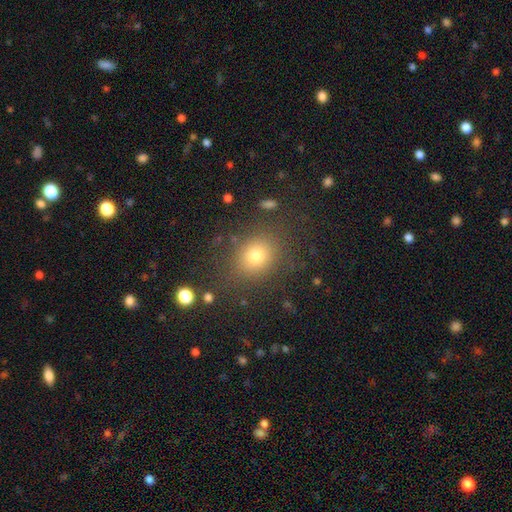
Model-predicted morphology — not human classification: The model was most divided on "how rounded": round: 61%, in between: 38%, cigar-shaped: 1%. More confident: merging — none (82%); smooth or featured — smooth (76%).